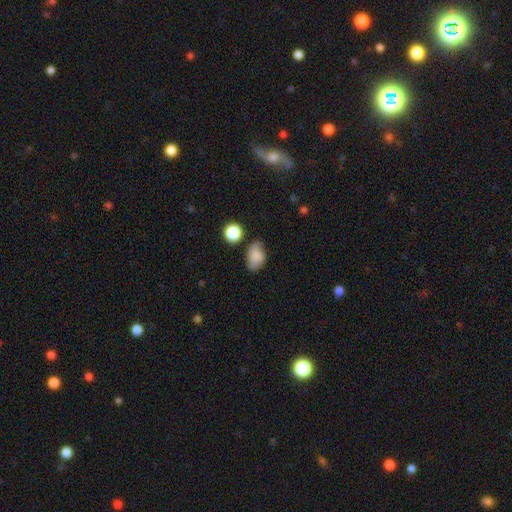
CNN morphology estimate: smooth 79%, featured or disk 11%, star or artifact 10%. Down the decision tree: how rounded — in between (82%); merging — none (55%).